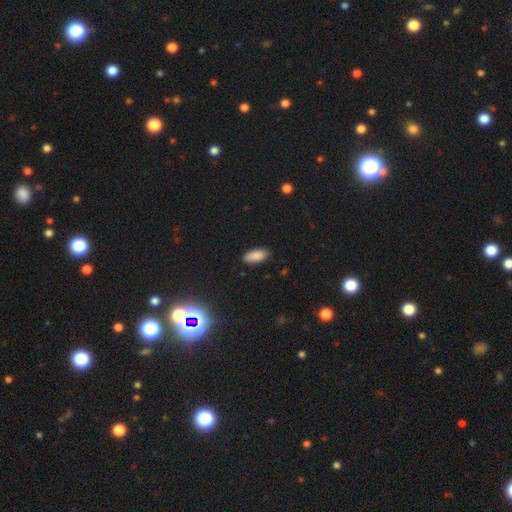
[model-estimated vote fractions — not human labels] Q: Smooth or featured?
A: smooth (86%); runner-up: star or artifact (9%)
Q: How rounded?
A: in between (88%); runner-up: cigar-shaped (10%)
Q: Merging?
A: none (86%); runner-up: minor disturbance (11%)